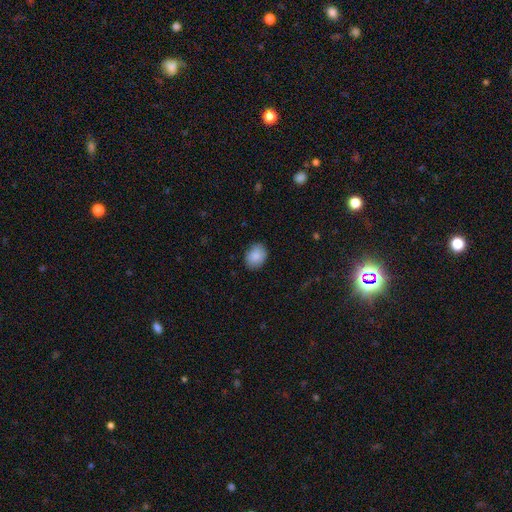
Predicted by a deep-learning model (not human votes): Smooth or featured: smooth — 87% (star or artifact — 7%)
How rounded: in between — 63% (round — 36%)
Merging: none — 84% (minor disturbance — 13%)